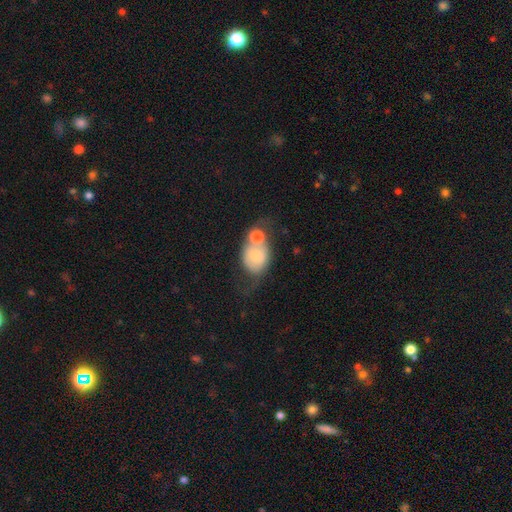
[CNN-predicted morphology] Q: Smooth or featured?
A: smooth (60%); runner-up: featured or disk (32%)
Q: How rounded?
A: in between (50%); runner-up: round (49%)
Q: Merging?
A: merger (53%); runner-up: none (21%)